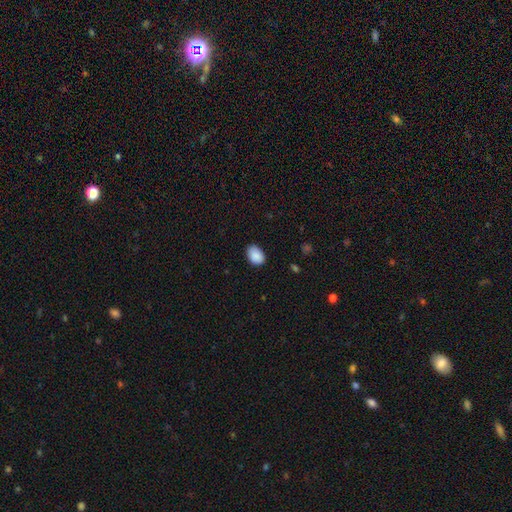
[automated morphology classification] smooth-or-featured: smooth: 90% | star or artifact: 7% | featured or disk: 3%
  how-rounded: in between: 83% | round: 16% | cigar-shaped: 1%
  merging: none: 82% | minor disturbance: 15% | major disturbance: 2% | merger: 1%